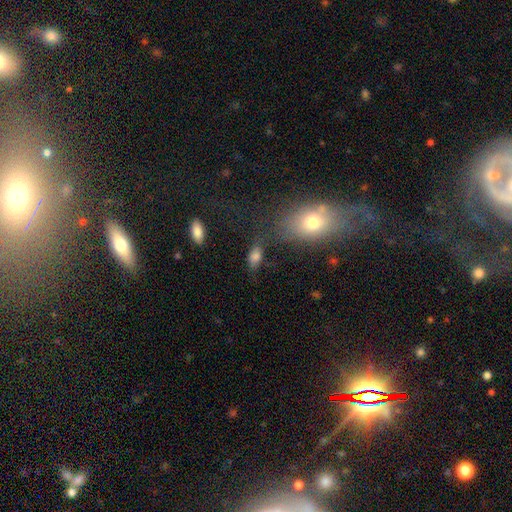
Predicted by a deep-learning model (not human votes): A smooth galaxy with no disk features (78%) that is in between round and cigar-shaped (86%). Merging: none (60%).